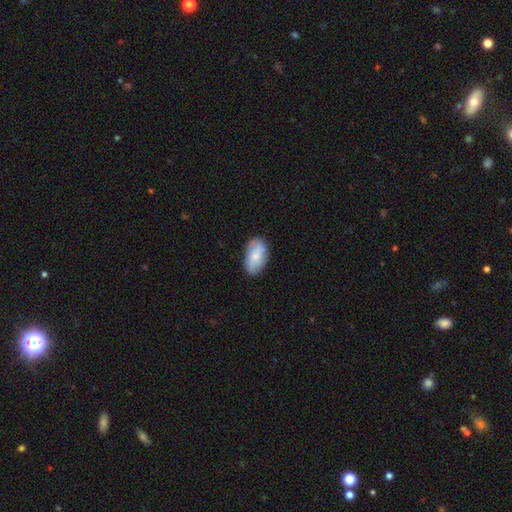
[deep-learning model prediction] Morphology: type=smooth (68%); roundness=in between (93%); merging=none (78%).